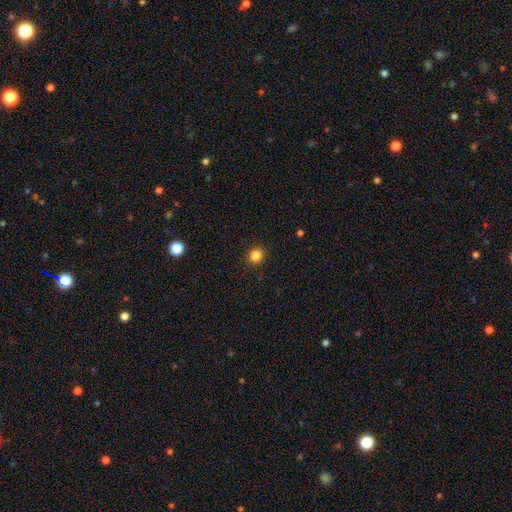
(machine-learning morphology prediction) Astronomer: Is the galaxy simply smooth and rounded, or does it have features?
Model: smooth — 84%.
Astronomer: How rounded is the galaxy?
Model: round — 84%.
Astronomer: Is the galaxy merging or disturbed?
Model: none — 91%.